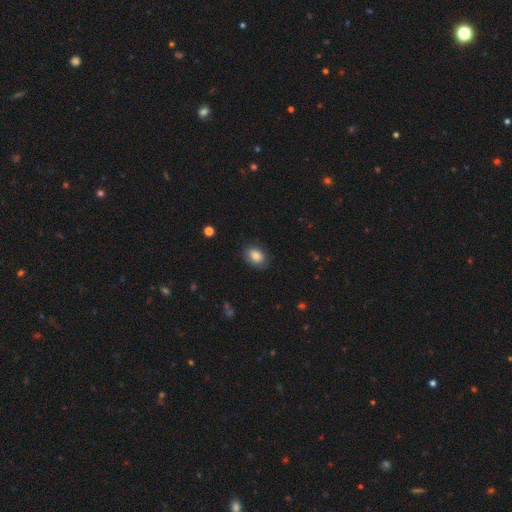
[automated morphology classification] A smooth galaxy with no disk features (83%) that is in between round and cigar-shaped (76%).

Vote fractions:
- Smooth or featured? smooth: 83% / featured or disk: 8% / star or artifact: 8%
- How rounded? in between: 76% / round: 23% / cigar-shaped: 1%
- Merging? none: 81% / minor disturbance: 15% / major disturbance: 4% / merger: 1%